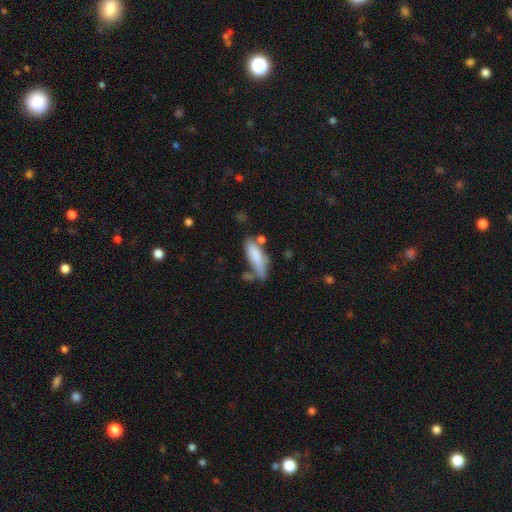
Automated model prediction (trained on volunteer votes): Morphology: type=smooth (78%); roundness=in between (55%); merging=none (45%).